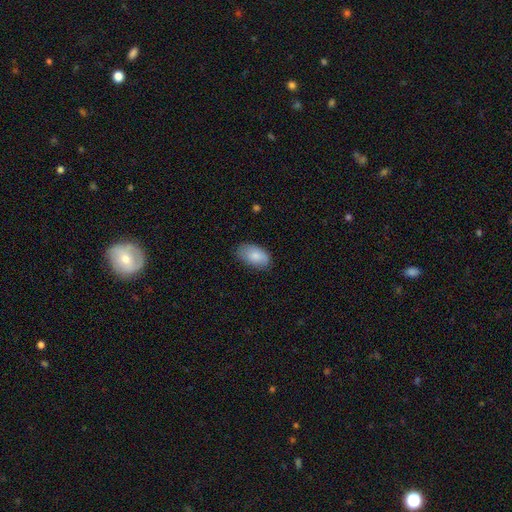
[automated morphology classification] smooth_or_featured: smooth (p=0.82) [alt: featured or disk p=0.12]
how_rounded: in between (p=0.94) [alt: round p=0.04]
merging: none (p=0.73) [alt: minor disturbance p=0.22]